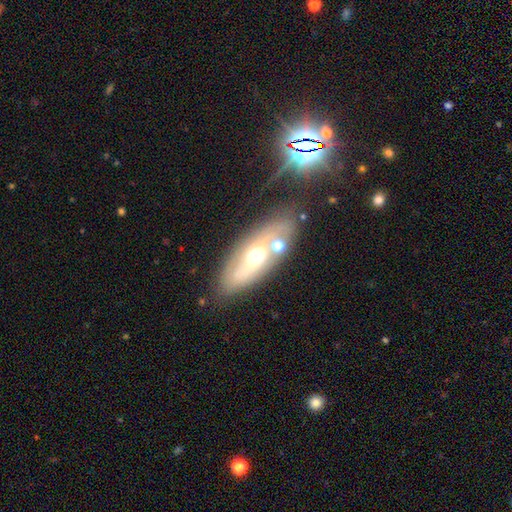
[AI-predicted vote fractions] A featured or disk galaxy (52%).

Vote fractions:
- Smooth or featured? featured or disk: 52% / smooth: 37% / star or artifact: 10%
- Edge-on disk? no: 71% / yes: 29%
- Merging? none: 69% / minor disturbance: 15% / merger: 9% / major disturbance: 7%